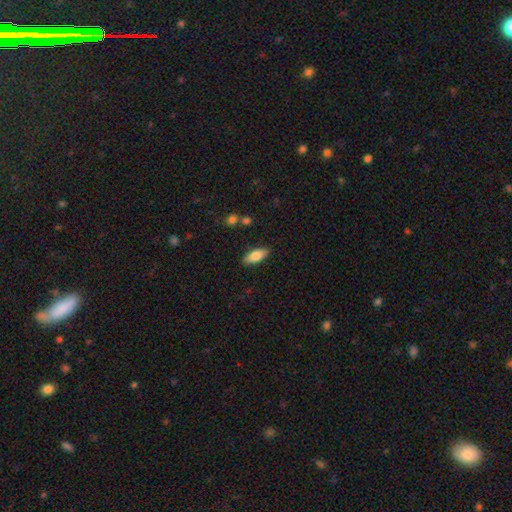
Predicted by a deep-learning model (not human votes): Smooth or featured: smooth — 78% (featured or disk — 15%)
How rounded: in between — 77% (cigar-shaped — 20%)
Merging: none — 86% (minor disturbance — 10%)